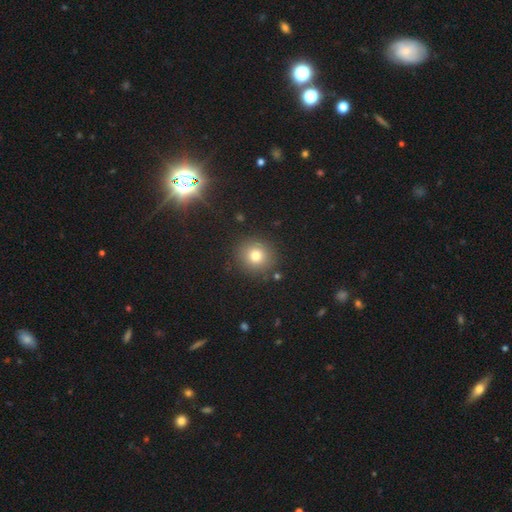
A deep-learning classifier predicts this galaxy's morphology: This is likely a smooth galaxy (77%). How rounded: clearly round (90%). Merging: clearly none (89%).